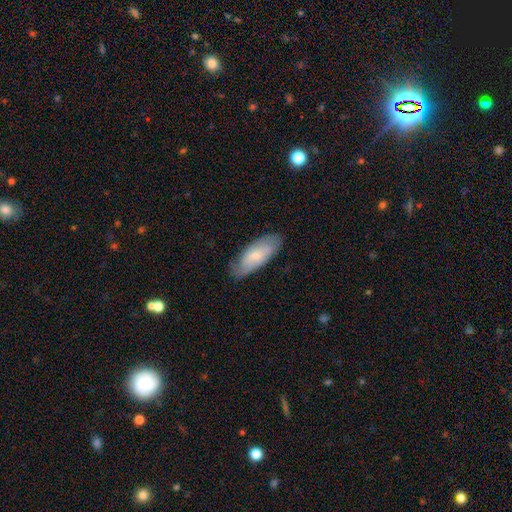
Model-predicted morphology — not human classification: Smooth or featured: smooth — 55% (featured or disk — 39%)
How rounded: in between — 79% (cigar-shaped — 19%)
Merging: none — 76% (minor disturbance — 19%)